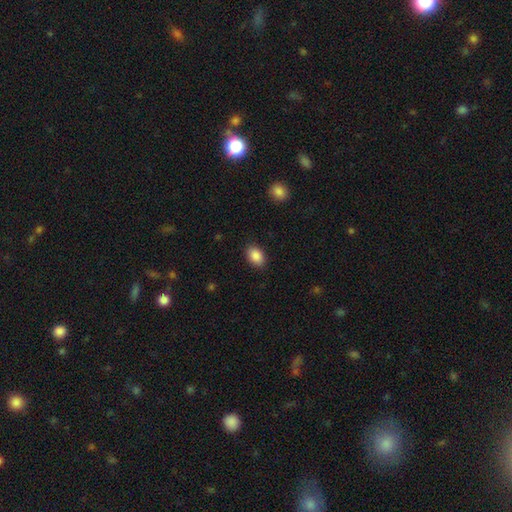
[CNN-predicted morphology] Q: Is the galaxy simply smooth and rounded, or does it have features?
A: smooth — 89%.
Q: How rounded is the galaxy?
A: in between — 84%.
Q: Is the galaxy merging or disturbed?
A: none — 88%.